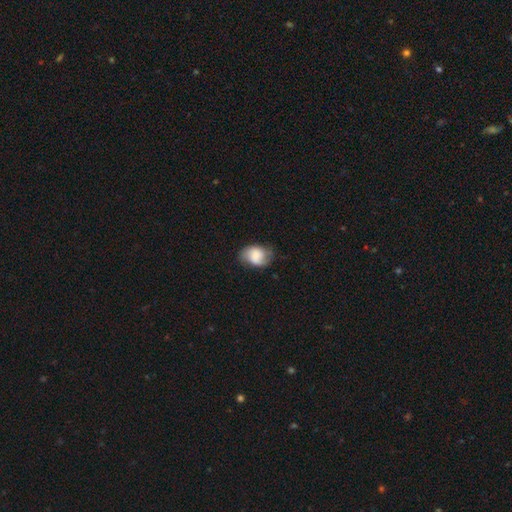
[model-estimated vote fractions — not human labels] Smooth or featured?
  - smooth: 58% *
  - featured or disk: 33%
  - star or artifact: 8%
How rounded?
  - in between: 69% *
  - round: 29%
  - cigar-shaped: 1%
Merging?
  - none: 59% *
  - minor disturbance: 29%
  - major disturbance: 10%
  - merger: 2%